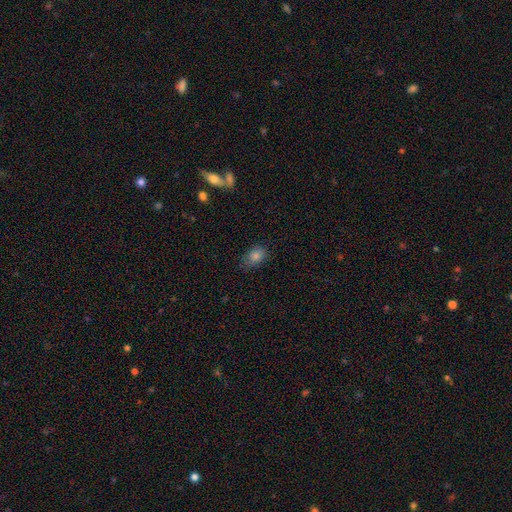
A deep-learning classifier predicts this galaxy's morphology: A smooth galaxy with no disk features (80%) that is in between round and cigar-shaped (76%). Merging: none (75%).